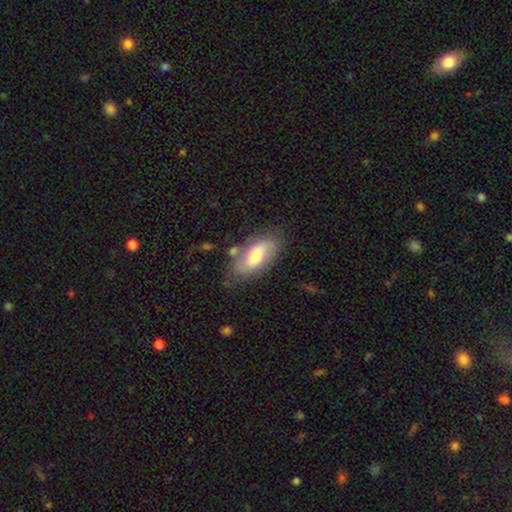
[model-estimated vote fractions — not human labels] This appears to be a smooth galaxy with no disk features (53%) that is in between round and cigar-shaped (88%). Merging: none (68%).